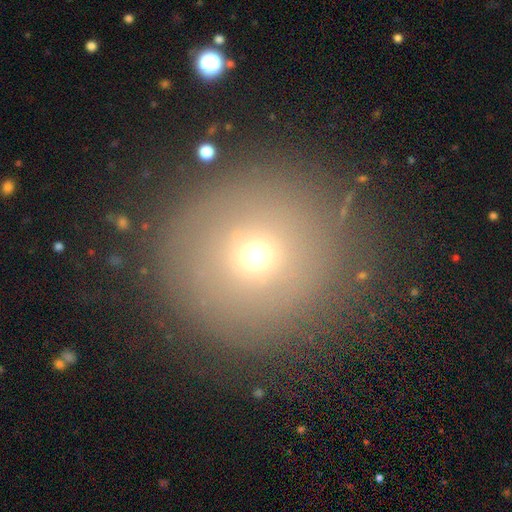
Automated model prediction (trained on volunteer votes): smooth_or_featured: smooth (p=0.64) [alt: star or artifact p=0.21]
how_rounded: round (p=0.95) [alt: in between p=0.04]
merging: none (p=0.86) [alt: minor disturbance p=0.08]